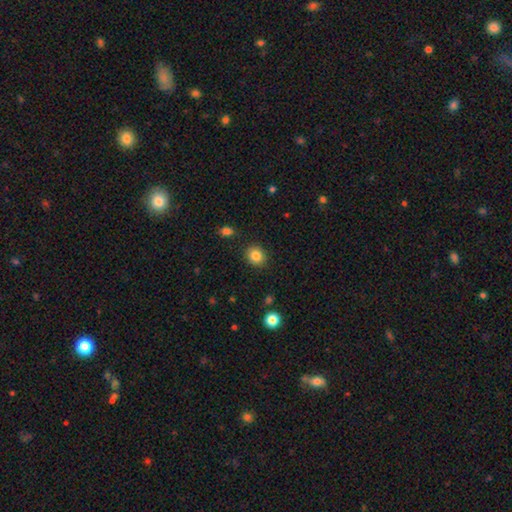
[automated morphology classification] Smooth or featured? Predicted: smooth (p=0.85). How rounded? Predicted: round (p=0.75). Merging? Predicted: none (p=0.88).